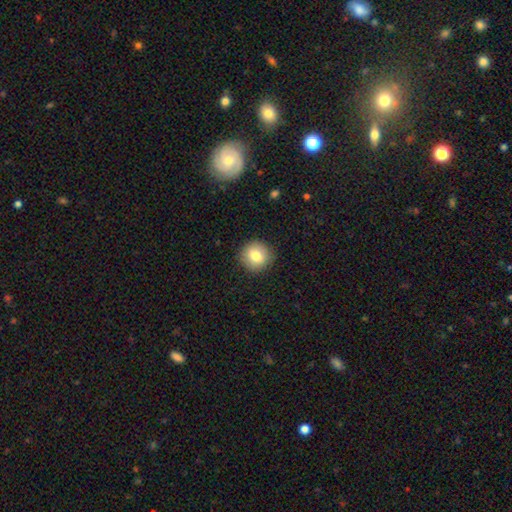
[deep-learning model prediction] The model was most divided on "smooth or featured": smooth: 81%, featured or disk: 10%, star or artifact: 9%. More confident: how rounded — round (92%); merging — none (90%).